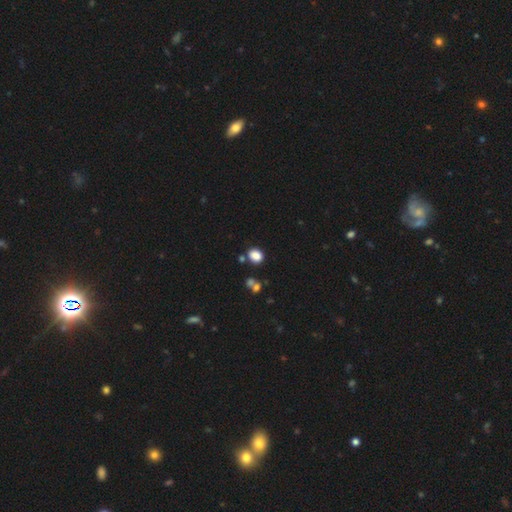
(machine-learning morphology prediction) Smooth or featured: smooth — 84% (star or artifact — 11%)
How rounded: round — 50% (in between — 49%)
Merging: none — 77% (minor disturbance — 11%)